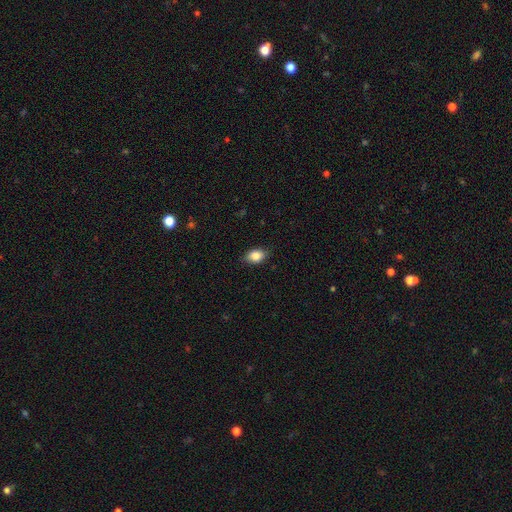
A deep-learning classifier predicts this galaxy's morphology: type=smooth (85%); roundness=in between (85%); merging=none (84%).